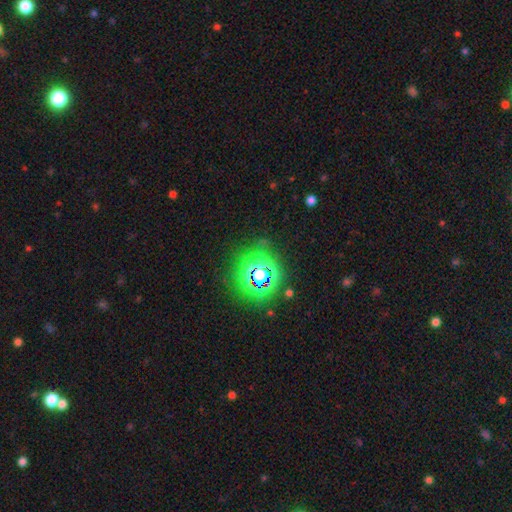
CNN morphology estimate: Smooth or featured?
  - star or artifact: 72% *
  - smooth: 22%
  - featured or disk: 7%